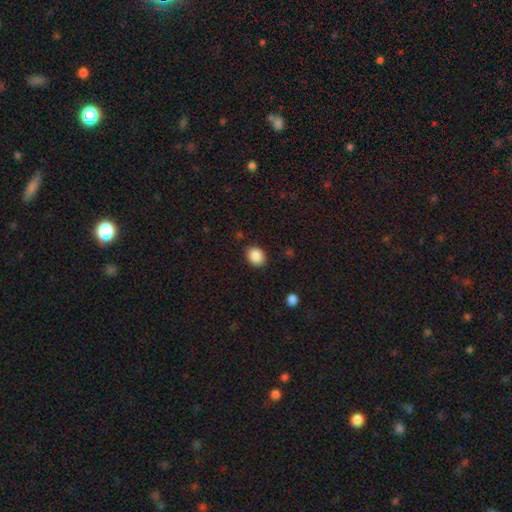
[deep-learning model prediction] Smooth or featured: smooth — 88% (star or artifact — 8%)
How rounded: in between — 55% (round — 44%)
Merging: none — 87% (minor disturbance — 9%)